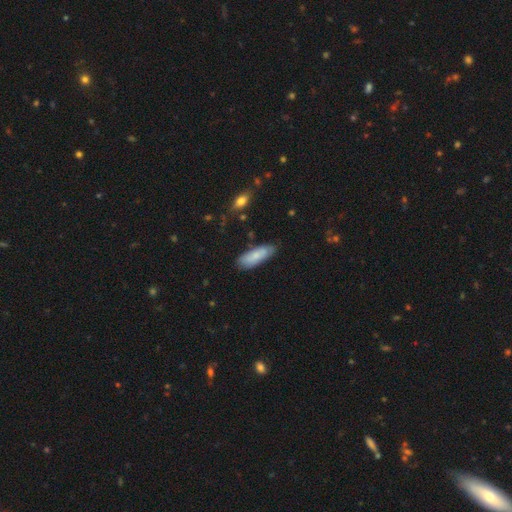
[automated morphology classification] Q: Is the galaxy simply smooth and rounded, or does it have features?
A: smooth — 79%.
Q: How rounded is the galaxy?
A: in between — 63%.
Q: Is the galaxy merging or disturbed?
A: none — 79%.